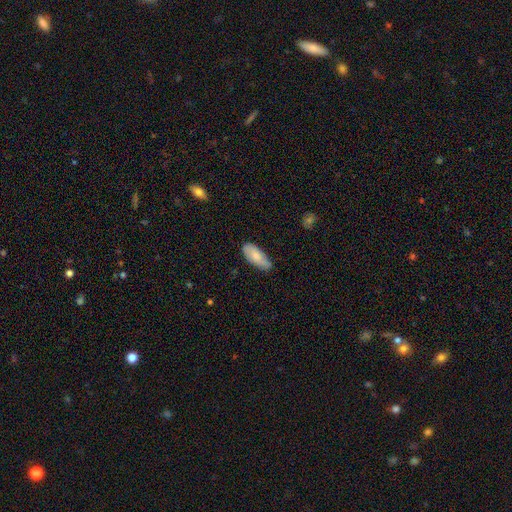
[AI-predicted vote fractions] smooth 74%, featured or disk 20%, star or artifact 6%. Down the decision tree: how rounded — in between (84%); merging — none (65%).